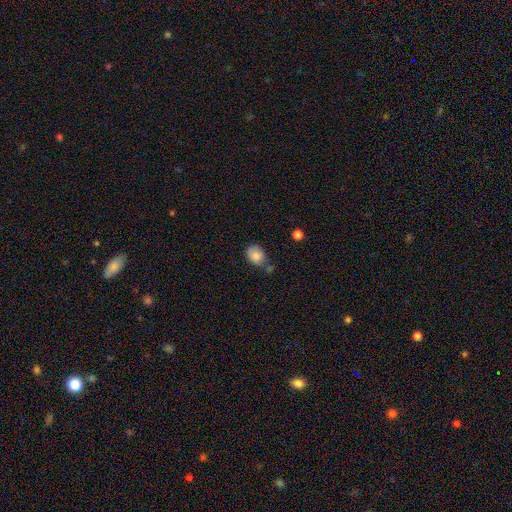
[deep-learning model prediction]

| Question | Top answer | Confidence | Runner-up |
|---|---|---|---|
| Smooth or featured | smooth | 83% | featured or disk (9%) |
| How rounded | in between | 62% | round (37%) |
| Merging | none | 54% | minor disturbance (27%) |